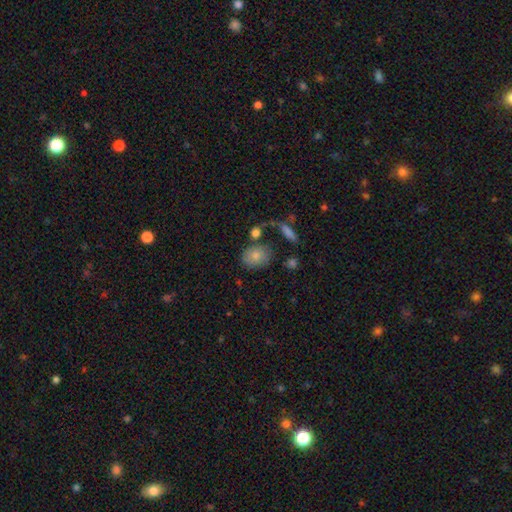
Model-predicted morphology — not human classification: Q: Smooth or featured?
A: smooth (81%); runner-up: featured or disk (11%)
Q: How rounded?
A: in between (64%); runner-up: round (34%)
Q: Merging?
A: none (68%); runner-up: minor disturbance (17%)